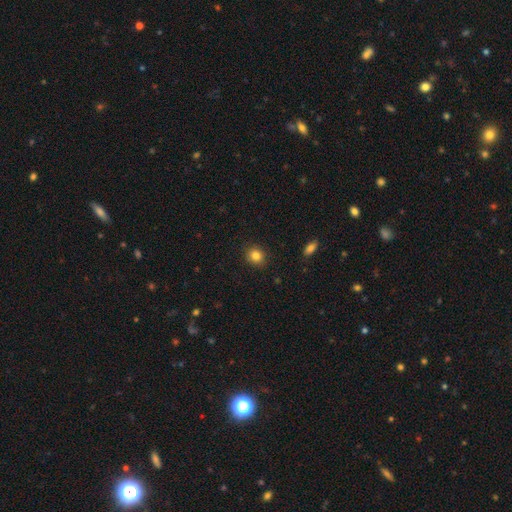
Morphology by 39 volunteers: Smooth or featured? 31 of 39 (79%) said smooth. How rounded? 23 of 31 (74%) said round. Merging? 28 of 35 (80%) said none.